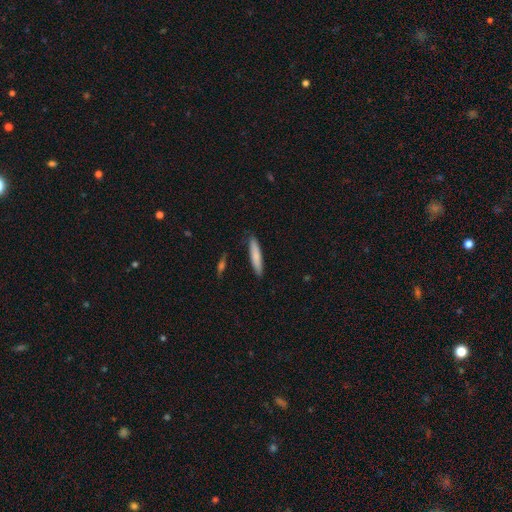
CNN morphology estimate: Q: Smooth or featured?
A: smooth (78%); runner-up: featured or disk (16%)
Q: How rounded?
A: cigar-shaped (89%); runner-up: in between (10%)
Q: Merging?
A: none (87%); runner-up: minor disturbance (9%)